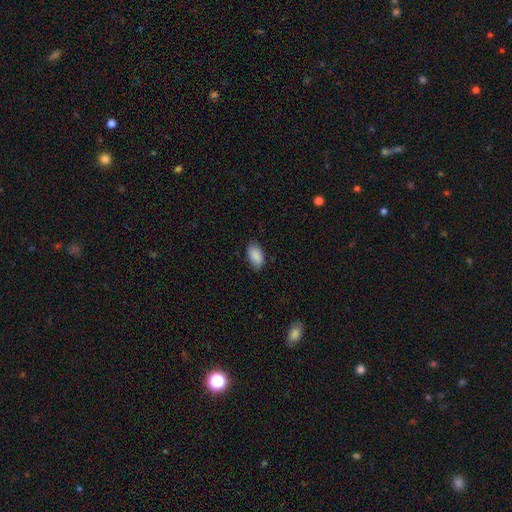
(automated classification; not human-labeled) Q: Smooth or featured?
A: smooth (90%); runner-up: star or artifact (7%)
Q: How rounded?
A: in between (94%); runner-up: round (5%)
Q: Merging?
A: none (82%); runner-up: minor disturbance (14%)